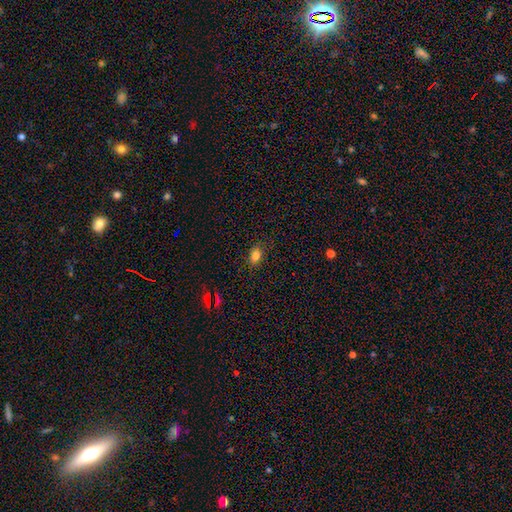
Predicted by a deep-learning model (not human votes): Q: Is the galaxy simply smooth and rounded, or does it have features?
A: smooth — 81%.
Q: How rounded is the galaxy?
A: in between — 77%.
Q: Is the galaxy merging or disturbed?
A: none — 82%.